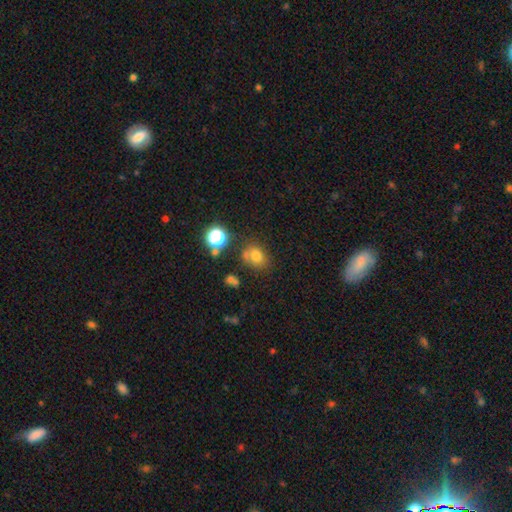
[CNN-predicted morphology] This is likely a smooth galaxy (72%). How rounded: possibly round (56%). Merging: likely none (62%).